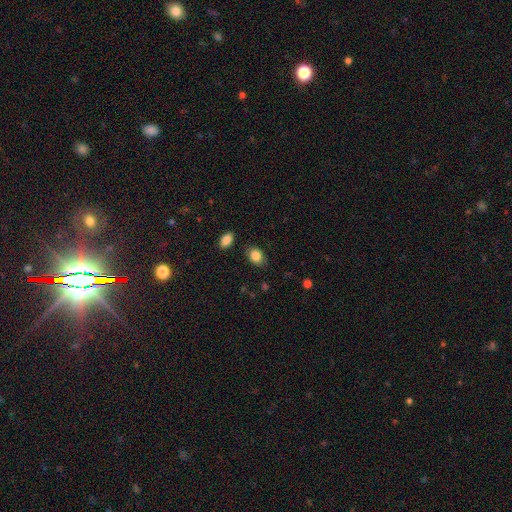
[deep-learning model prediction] Morphology: type=smooth (86%); roundness=in between (70%); merging=none (80%).